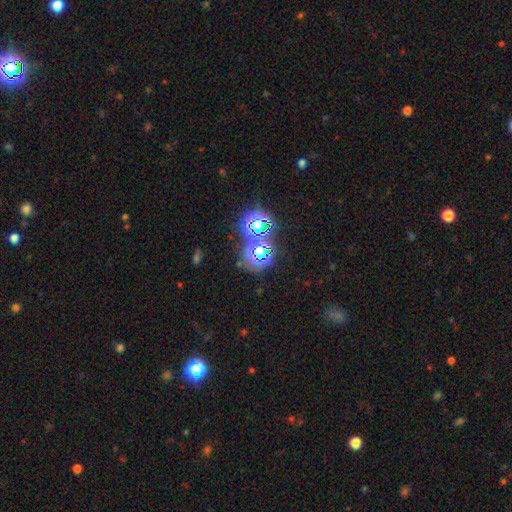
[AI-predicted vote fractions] A star or artifact, not a galaxy (67%).

Vote fractions:
- Smooth or featured? star or artifact: 67% / smooth: 23% / featured or disk: 9%